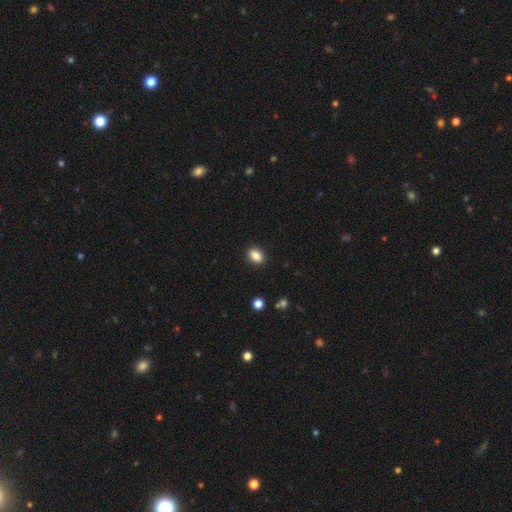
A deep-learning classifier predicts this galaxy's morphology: Smooth or featured?
  - smooth: 87% *
  - star or artifact: 9%
  - featured or disk: 4%
How rounded?
  - in between: 83% *
  - round: 15%
  - cigar-shaped: 2%
Merging?
  - none: 89% *
  - minor disturbance: 8%
  - major disturbance: 2%
  - merger: 1%